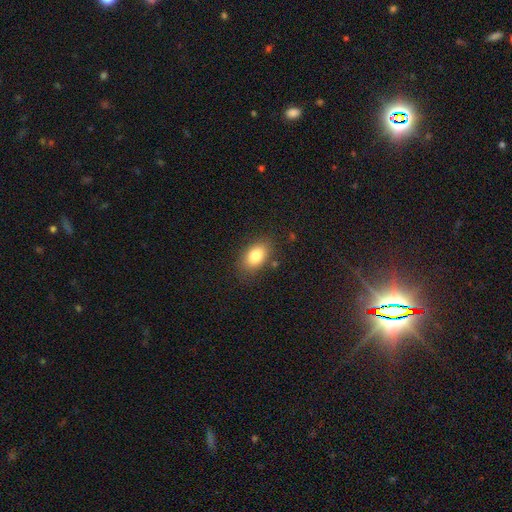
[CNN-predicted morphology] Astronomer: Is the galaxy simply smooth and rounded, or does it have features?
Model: smooth — 82%.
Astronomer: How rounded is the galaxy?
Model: in between — 88%.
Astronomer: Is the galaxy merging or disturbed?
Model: none — 82%.